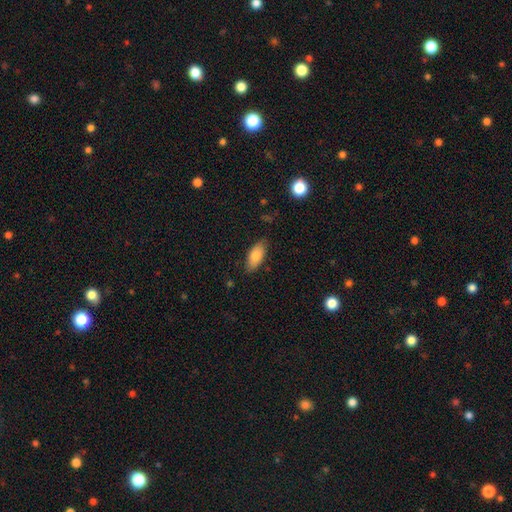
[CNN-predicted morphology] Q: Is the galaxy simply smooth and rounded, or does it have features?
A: smooth — 83%.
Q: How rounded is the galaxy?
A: in between — 87%.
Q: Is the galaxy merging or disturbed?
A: none — 80%.